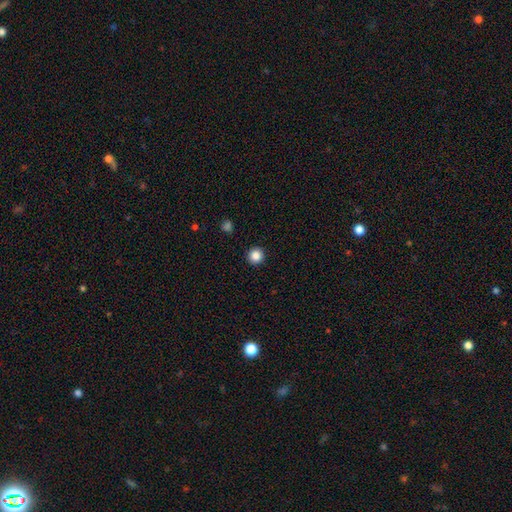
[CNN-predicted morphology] Overall: smooth (86%). How rounded: round (96%). Merging: none (93%).